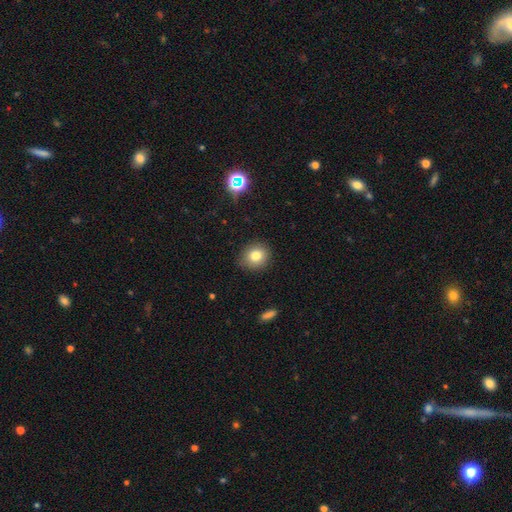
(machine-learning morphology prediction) A smooth galaxy with no disk features (79%) that is round (82%). Merging: none (87%).